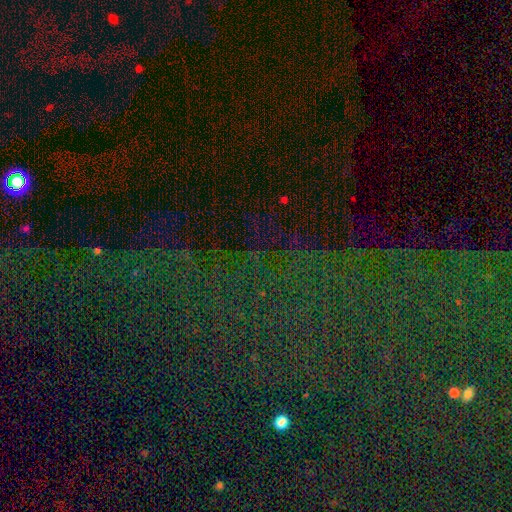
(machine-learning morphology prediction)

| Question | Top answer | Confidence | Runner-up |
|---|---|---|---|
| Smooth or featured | star or artifact | 76% | smooth (14%) |